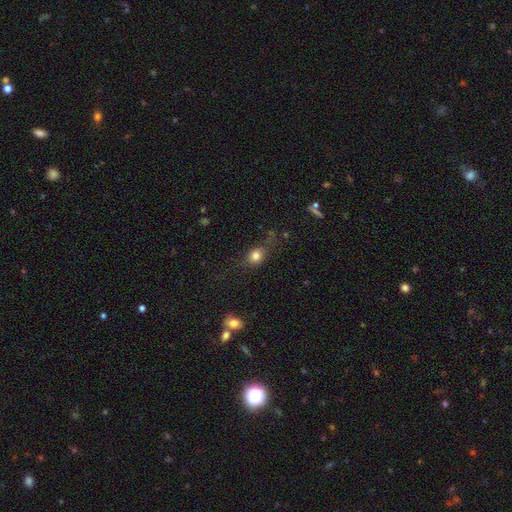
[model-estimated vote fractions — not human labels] Smooth or featured? Predicted: smooth (p=0.79). How rounded? Predicted: round (p=0.64). Merging? Predicted: none (p=0.62).